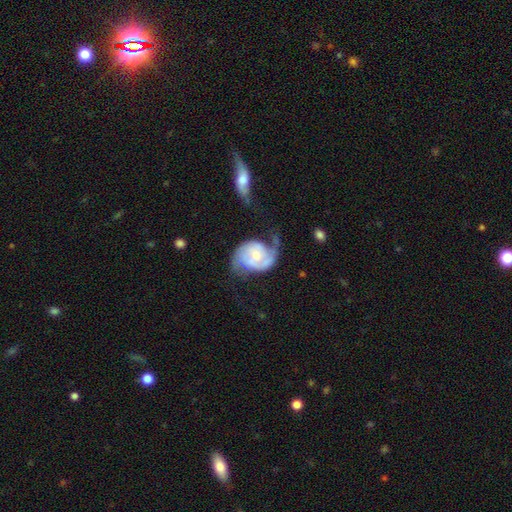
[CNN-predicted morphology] type=featured or disk (80%); edge-on=no (98%); bar=no (65%); spiral arms=yes (93%); winding=medium (42%); arm count=2 (72%); bulge=small (50%); merging=none (41%).